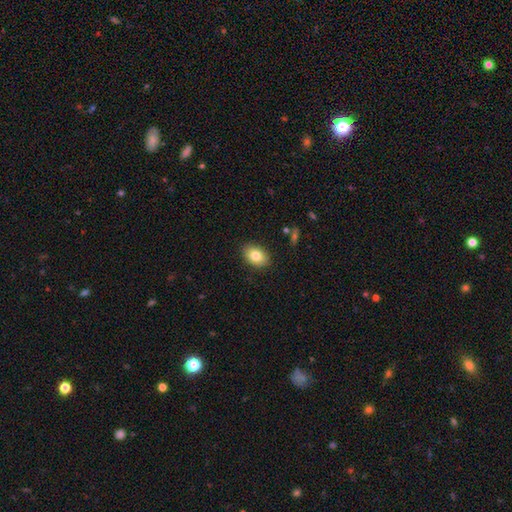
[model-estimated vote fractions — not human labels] smooth-or-featured: smooth: 82% | featured or disk: 10% | star or artifact: 8%
  how-rounded: in between: 82% | round: 17% | cigar-shaped: 1%
  merging: none: 88% | minor disturbance: 9% | major disturbance: 2% | merger: 1%